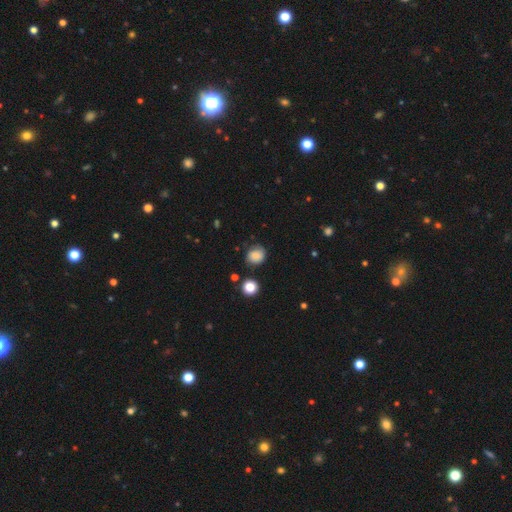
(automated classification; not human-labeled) Overall: smooth (76%). How rounded: round (72%). Merging: none (70%).